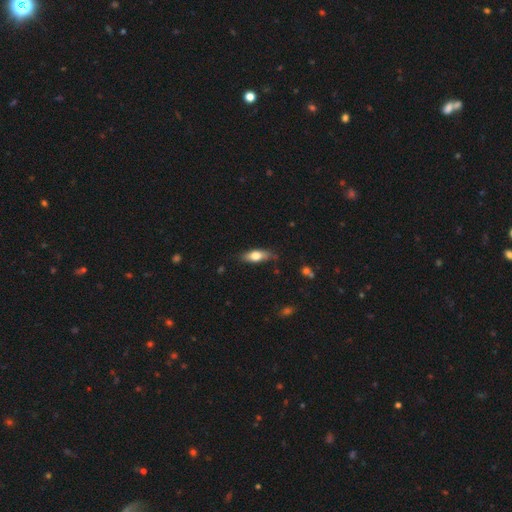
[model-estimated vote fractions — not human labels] The model was most divided on "how rounded": in between: 66%, cigar-shaped: 30%, round: 4%. More confident: merging — none (76%); smooth or featured — smooth (67%).